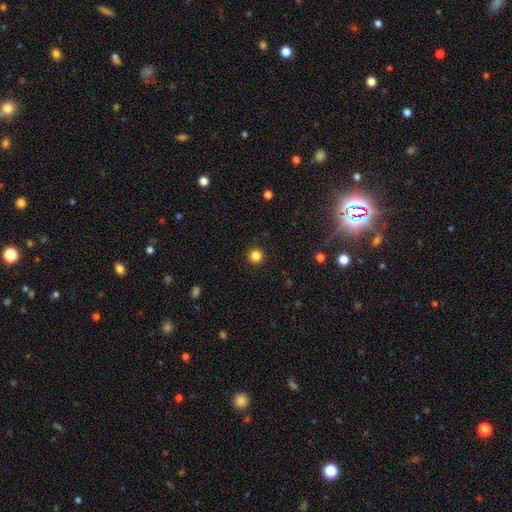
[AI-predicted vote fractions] Q: Smooth or featured?
A: smooth (85%); runner-up: star or artifact (12%)
Q: How rounded?
A: round (95%); runner-up: in between (4%)
Q: Merging?
A: none (93%); runner-up: minor disturbance (4%)